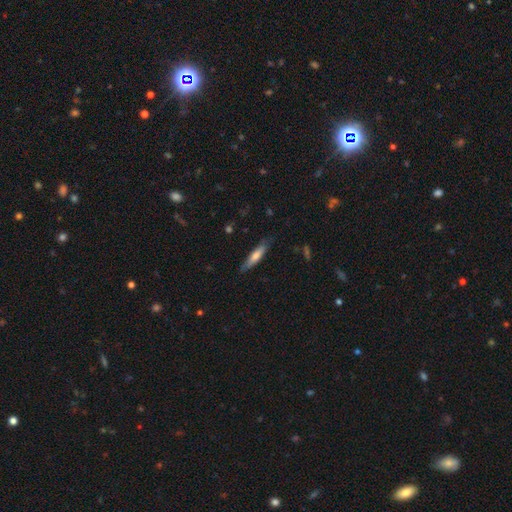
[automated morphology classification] smooth_or_featured: smooth (p=0.62) [alt: featured or disk p=0.32]
how_rounded: cigar-shaped (p=0.80) [alt: in between p=0.18]
merging: none (p=0.79) [alt: minor disturbance p=0.17]